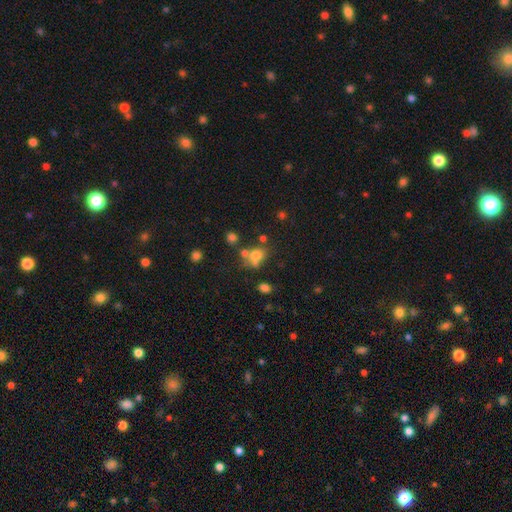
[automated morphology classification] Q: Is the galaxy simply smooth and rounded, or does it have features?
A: smooth — 68%.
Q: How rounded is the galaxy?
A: round — 53%.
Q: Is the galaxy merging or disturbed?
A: none — 41%.